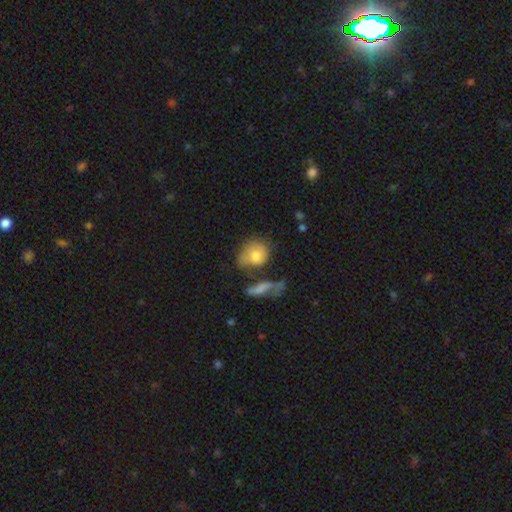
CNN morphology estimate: Overall: smooth (68%). How rounded: round (53%; in between 44%). Merging: none (35%; minor disturbance 25%).